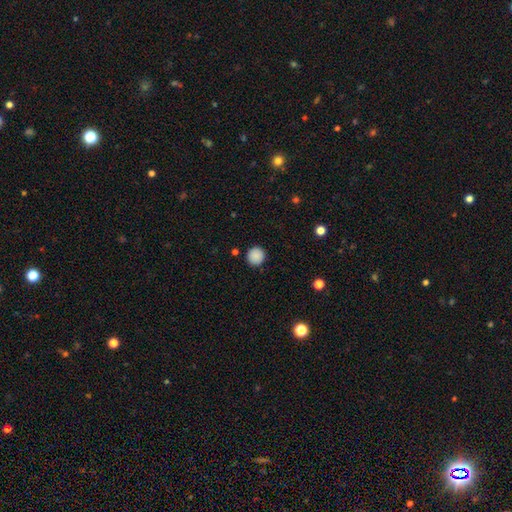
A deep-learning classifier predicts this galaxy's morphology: Smooth or featured? smooth (88%)
How rounded? round (94%)
Merging? none (91%)